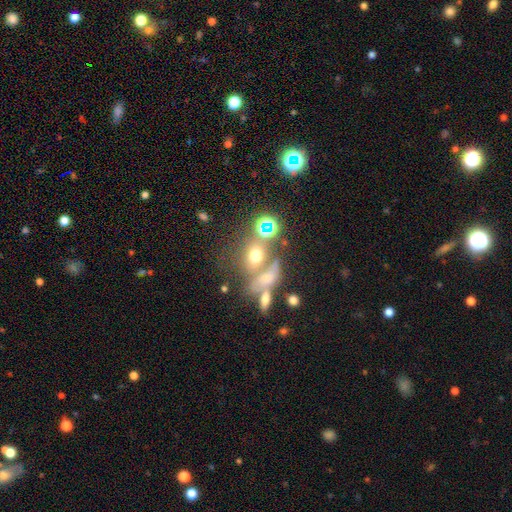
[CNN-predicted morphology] smooth 56%, star or artifact 23%, featured or disk 20%. Down the decision tree: how rounded — in between (53%); merging — none (41%).